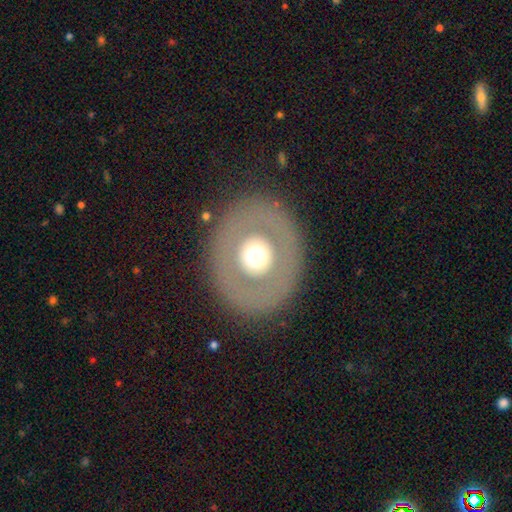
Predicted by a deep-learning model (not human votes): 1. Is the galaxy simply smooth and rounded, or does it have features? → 47% smooth, 44% featured or disk, 8% star or artifact.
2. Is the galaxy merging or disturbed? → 86% none, 7% minor disturbance, 6% major disturbance, 1% merger.